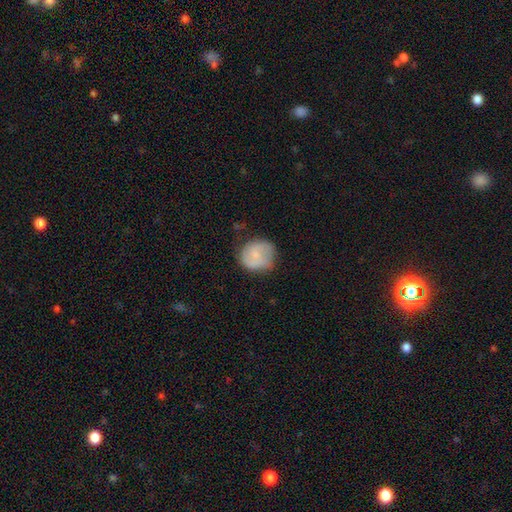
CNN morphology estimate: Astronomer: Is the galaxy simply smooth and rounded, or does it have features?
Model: smooth — 61%.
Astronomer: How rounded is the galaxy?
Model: round — 82%.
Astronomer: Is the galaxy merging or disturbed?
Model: none — 61%.